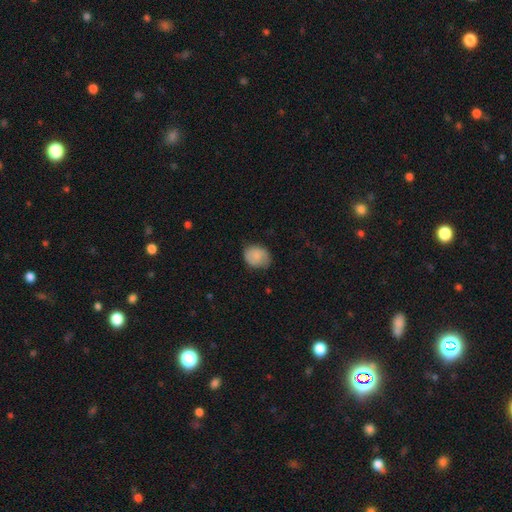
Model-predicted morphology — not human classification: A smooth galaxy with no disk features (70%) that is round (54%).

Vote fractions:
- Smooth or featured? smooth: 70% / featured or disk: 22% / star or artifact: 8%
- How rounded? round: 54% / in between: 45% / cigar-shaped: 1%
- Merging? none: 69% / minor disturbance: 24% / major disturbance: 6% / merger: 1%